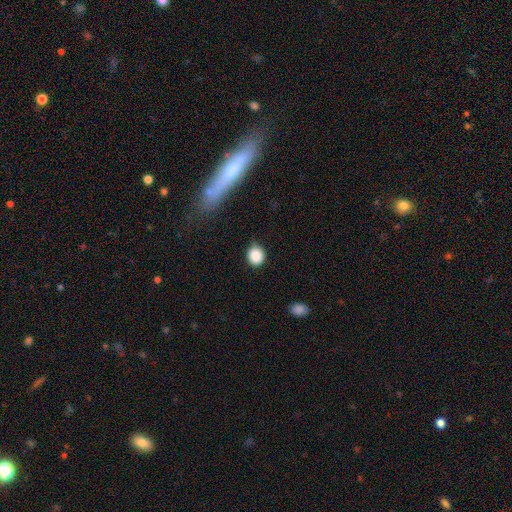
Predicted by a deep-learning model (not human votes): Q: Smooth or featured?
A: smooth (87%); runner-up: star or artifact (9%)
Q: How rounded?
A: round (77%); runner-up: in between (22%)
Q: Merging?
A: none (76%); runner-up: minor disturbance (18%)